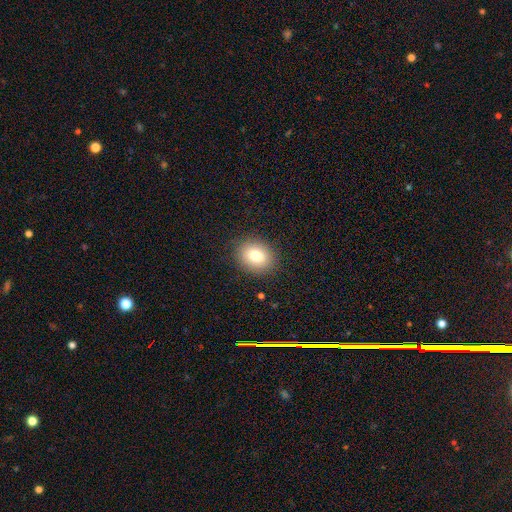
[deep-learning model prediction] smooth_or_featured: smooth (p=0.78) [alt: featured or disk p=0.11]
how_rounded: round (p=0.50) [alt: in between p=0.49]
merging: none (p=0.88) [alt: minor disturbance p=0.08]